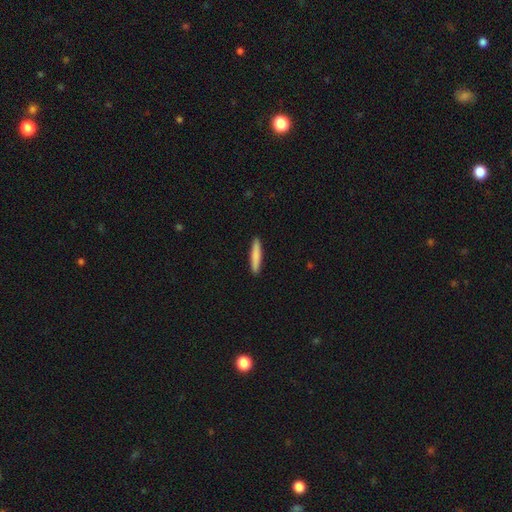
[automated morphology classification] This is clearly a smooth galaxy (83%). How rounded: clearly cigar-shaped (92%). Merging: clearly none (92%).